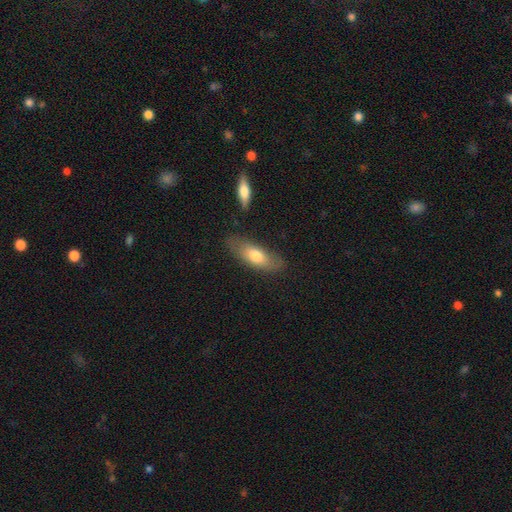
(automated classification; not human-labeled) This is likely a smooth galaxy (69%). How rounded: likely in between (68%). Merging: likely none (75%).